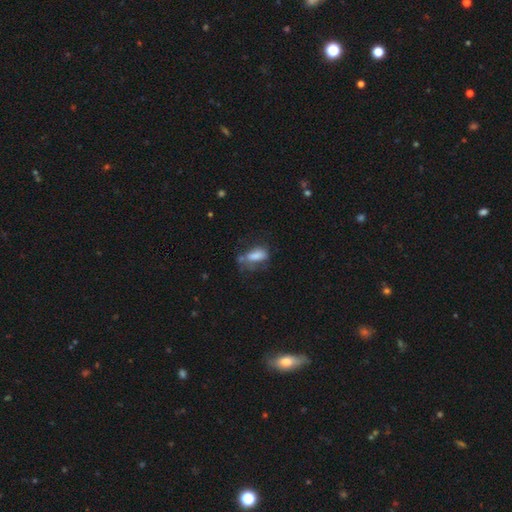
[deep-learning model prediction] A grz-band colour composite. It shows a smooth galaxy with no disk features (72%) that is in between round and cigar-shaped (78%). Merging: none (39%).